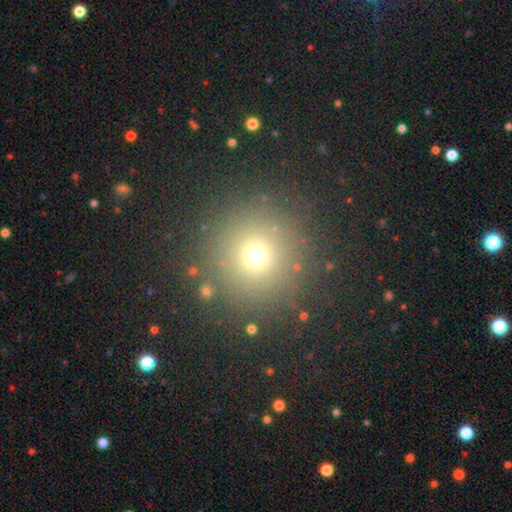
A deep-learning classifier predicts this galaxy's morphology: Smooth or featured? Predicted: smooth (p=0.68). How rounded? Predicted: round (p=0.95). Merging? Predicted: none (p=0.87).